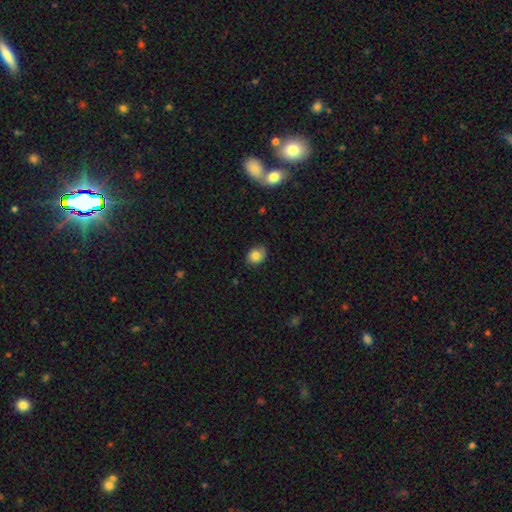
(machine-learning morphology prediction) type=smooth (74%); roundness=round (56%); merging=none (69%).